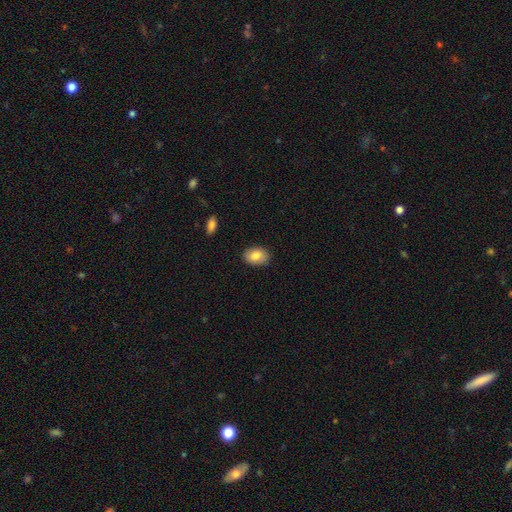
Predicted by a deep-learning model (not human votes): A smooth galaxy with no disk features (84%) that is in between round and cigar-shaped (84%). Merging: none (86%).